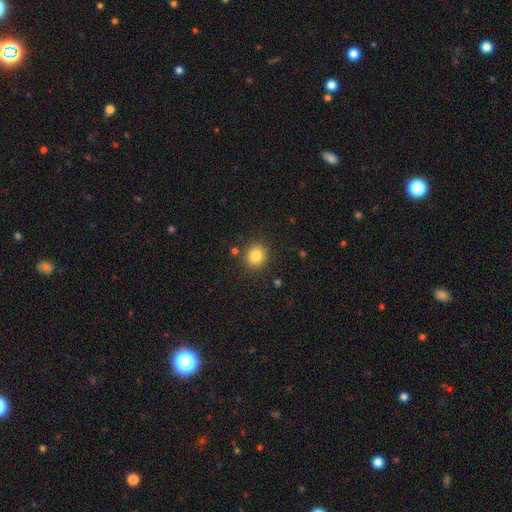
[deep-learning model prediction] Smooth or featured: smooth — 84% (star or artifact — 11%)
How rounded: round — 84% (in between — 15%)
Merging: none — 87% (minor disturbance — 8%)